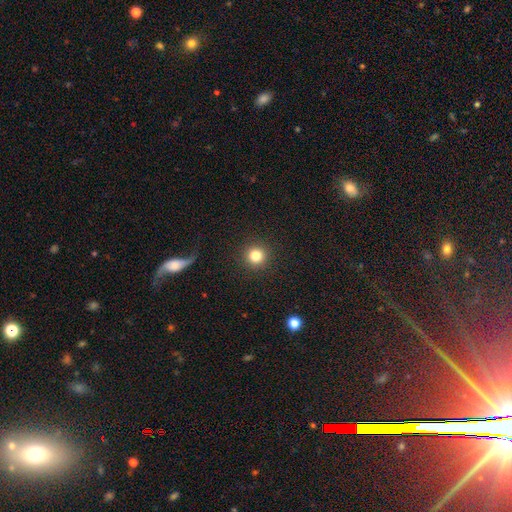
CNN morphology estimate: A smooth galaxy with no disk features (82%) that is round (95%).

Vote fractions:
- Smooth or featured? smooth: 82% / star or artifact: 12% / featured or disk: 6%
- How rounded? round: 95% / in between: 4% / cigar-shaped: 1%
- Merging? none: 92% / minor disturbance: 5% / major disturbance: 2% / merger: 1%